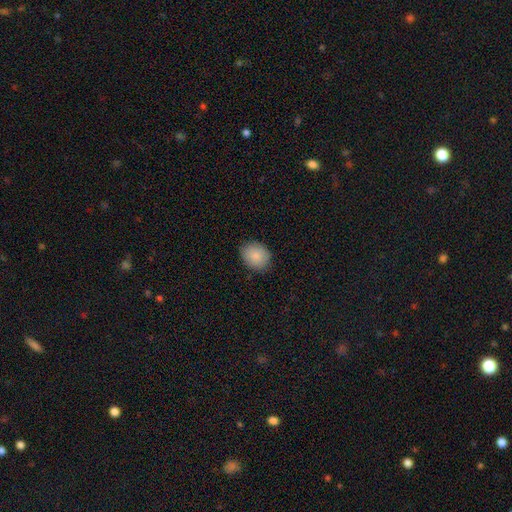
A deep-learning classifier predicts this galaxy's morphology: smooth_or_featured: smooth (p=0.87) [alt: star or artifact p=0.07]
how_rounded: round (p=0.60) [alt: in between p=0.39]
merging: none (p=0.84) [alt: minor disturbance p=0.13]